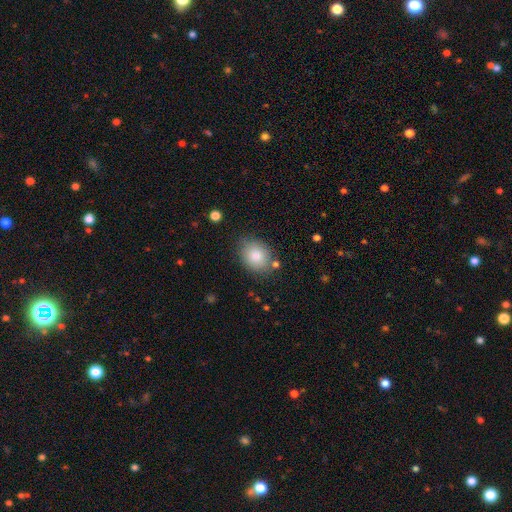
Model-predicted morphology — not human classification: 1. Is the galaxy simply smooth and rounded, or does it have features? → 83% smooth, 9% featured or disk, 8% star or artifact.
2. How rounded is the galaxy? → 52% in between, 47% round, 1% cigar-shaped.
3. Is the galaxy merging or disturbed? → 76% none, 15% minor disturbance, 5% merger, 4% major disturbance.